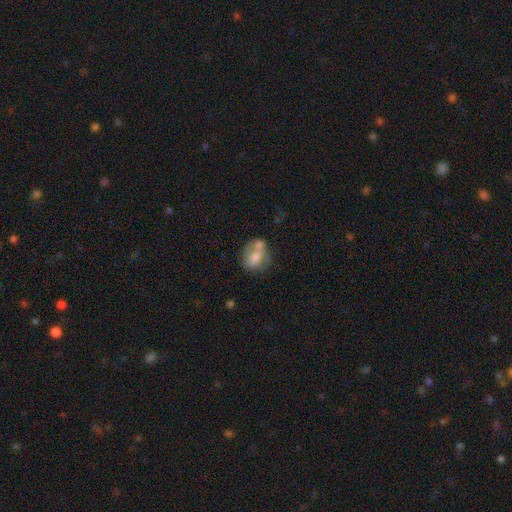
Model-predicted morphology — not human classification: This is possibly a smooth galaxy (54%). How rounded: possibly in between (55%). Merging: marginally merger (43%).